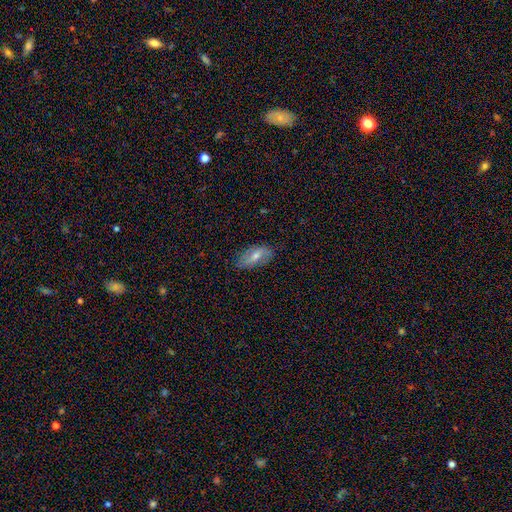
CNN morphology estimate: type=smooth (46%); merging=none (80%).